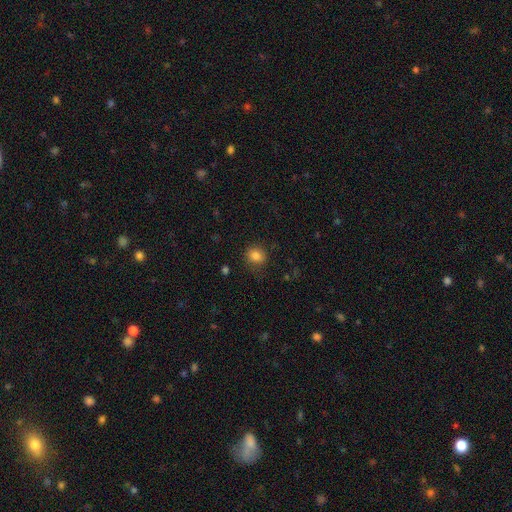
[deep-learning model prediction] smooth 84%, star or artifact 11%, featured or disk 5%. Down the decision tree: how rounded — round (68%); merging — none (81%).